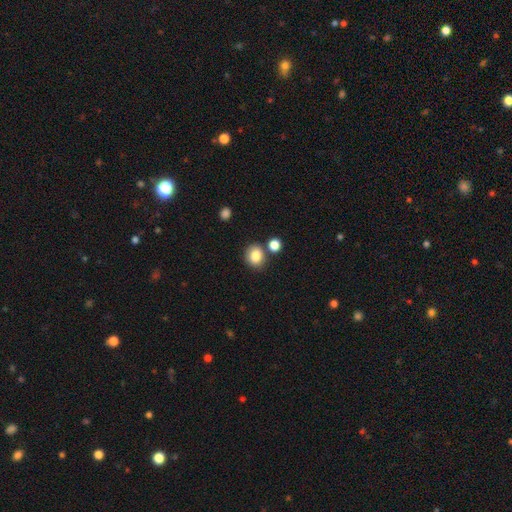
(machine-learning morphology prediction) smooth-or-featured: smooth: 83% | star or artifact: 10% | featured or disk: 7%
  how-rounded: round: 68% | in between: 31% | cigar-shaped: 1%
  merging: none: 72% | merger: 13% | minor disturbance: 12% | major disturbance: 3%